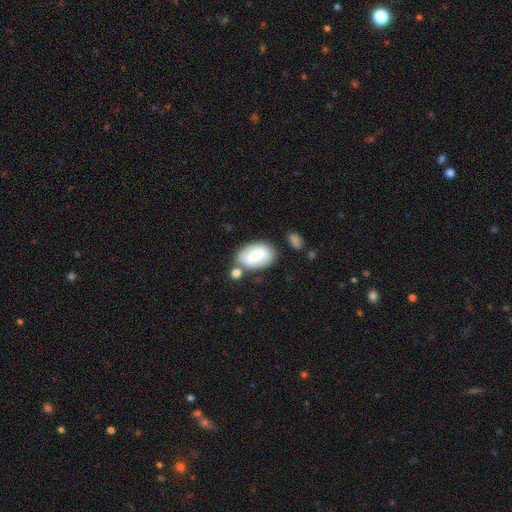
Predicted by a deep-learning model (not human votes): A smooth galaxy with no disk features (70%) that is in between round and cigar-shaped (91%).

Vote fractions:
- Smooth or featured? smooth: 70% / featured or disk: 24% / star or artifact: 6%
- How rounded? in between: 91% / round: 7% / cigar-shaped: 2%
- Merging? none: 58% / minor disturbance: 18% / merger: 17% / major disturbance: 6%